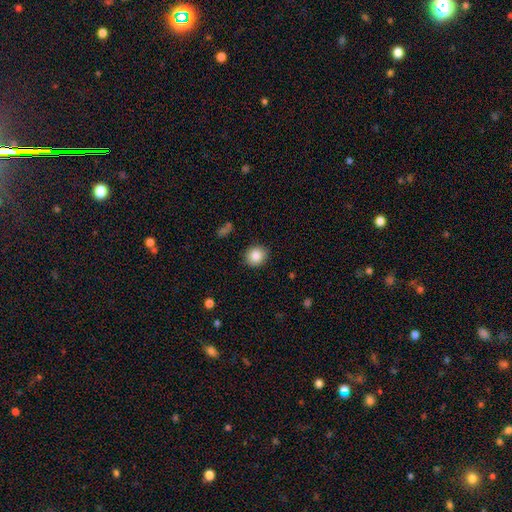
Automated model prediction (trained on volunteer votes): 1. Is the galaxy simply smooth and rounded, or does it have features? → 86% smooth, 8% star or artifact, 5% featured or disk.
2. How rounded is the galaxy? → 81% round, 18% in between, 1% cigar-shaped.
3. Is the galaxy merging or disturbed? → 89% none, 8% minor disturbance, 2% major disturbance, 1% merger.